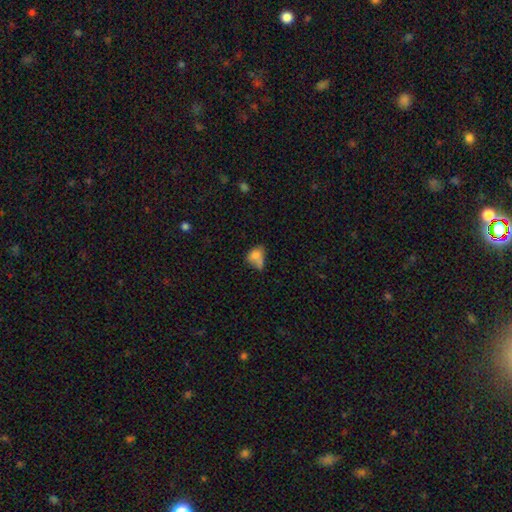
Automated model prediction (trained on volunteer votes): This is likely a smooth galaxy (72%). How rounded: likely in between (62%). Merging: marginally merger (33%).